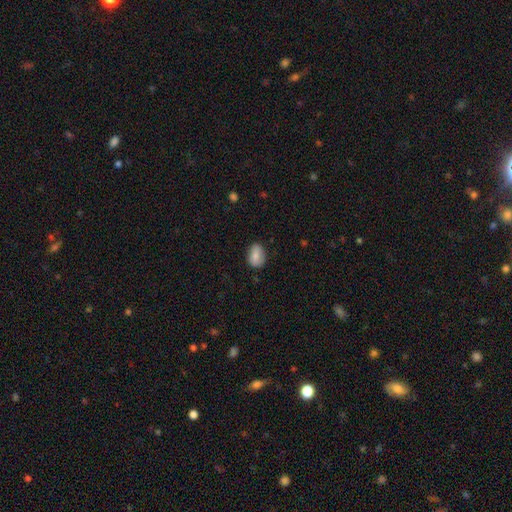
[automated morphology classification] Smooth or featured? smooth (76%)
How rounded? in between (78%)
Merging? none (79%)